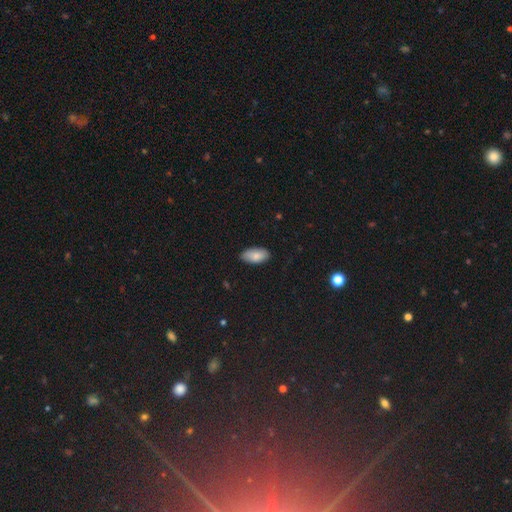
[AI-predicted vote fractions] smooth_or_featured: smooth (p=0.84) [alt: featured or disk p=0.09]
how_rounded: in between (p=0.93) [alt: cigar-shaped p=0.04]
merging: none (p=0.85) [alt: minor disturbance p=0.12]